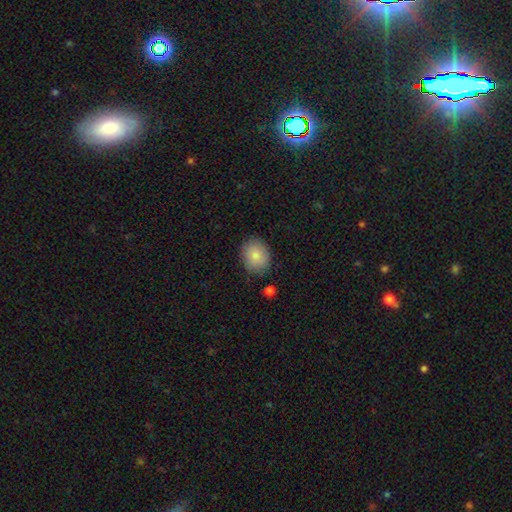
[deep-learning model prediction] This appears to be a smooth galaxy with no disk features (84%) that is round (56%). Merging: none (83%).